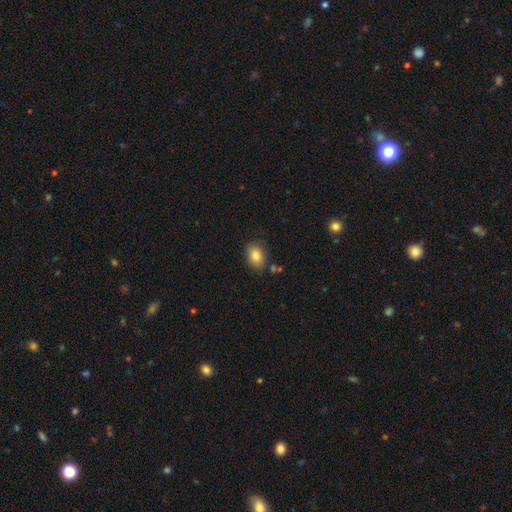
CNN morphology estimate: A smooth galaxy with no disk features (84%) that is in between round and cigar-shaped (73%).

Vote fractions:
- Smooth or featured? smooth: 84% / star or artifact: 9% / featured or disk: 8%
- How rounded? in between: 73% / round: 26% / cigar-shaped: 1%
- Merging? none: 80% / minor disturbance: 14% / merger: 3% / major disturbance: 3%